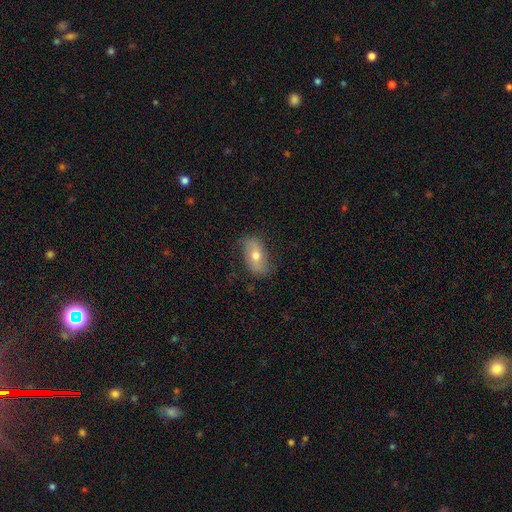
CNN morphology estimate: Smooth or featured?
  - smooth: 50% *
  - featured or disk: 42%
  - star or artifact: 8%
Merging?
  - none: 76% *
  - minor disturbance: 18%
  - major disturbance: 5%
  - merger: 1%